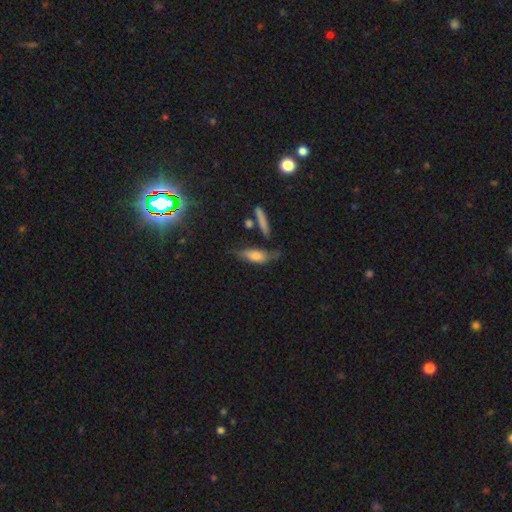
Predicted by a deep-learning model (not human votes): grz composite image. It shows a smooth galaxy with no disk features (62%) that is in between round and cigar-shaped (60%). Merging: none (49%).